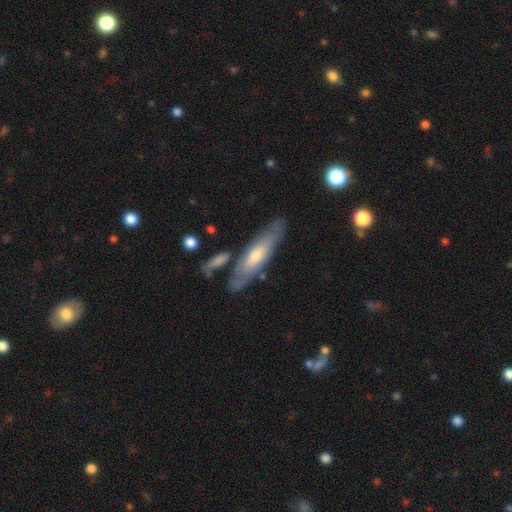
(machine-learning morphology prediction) A featured or disk galaxy (55%) viewed edge-on (56%). Merging: none (78%).